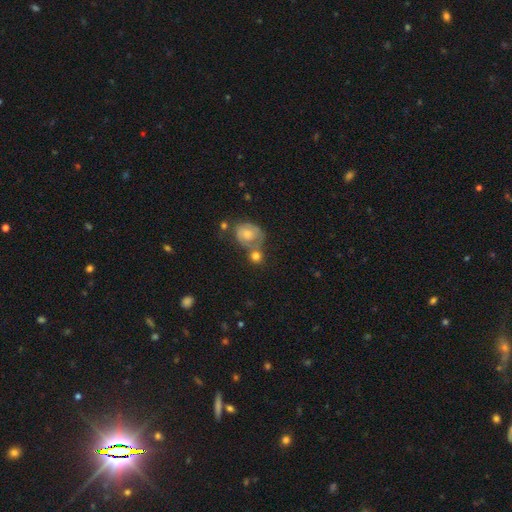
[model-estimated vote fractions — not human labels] smooth 64%, featured or disk 25%, star or artifact 11%. Down the decision tree: how rounded — round (79%); merging — none (44%).